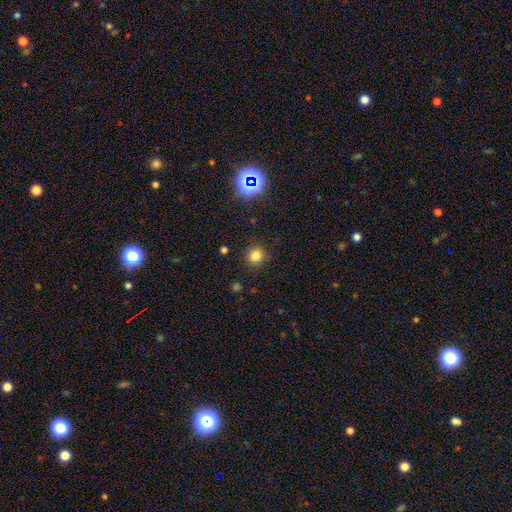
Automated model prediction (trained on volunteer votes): Smooth or featured? Predicted: smooth (p=0.77). How rounded? Predicted: round (p=0.92). Merging? Predicted: none (p=0.87).